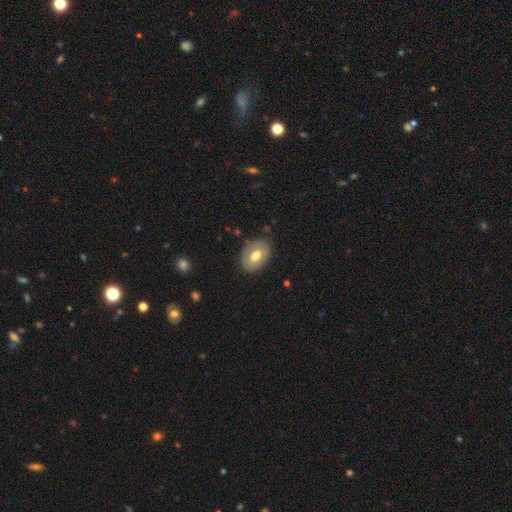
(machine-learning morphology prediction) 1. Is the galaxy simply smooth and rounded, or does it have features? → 62% smooth, 31% featured or disk, 7% star or artifact.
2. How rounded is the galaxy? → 81% in between, 18% round, 1% cigar-shaped.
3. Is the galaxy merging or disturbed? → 82% none, 13% minor disturbance, 4% major disturbance, 1% merger.